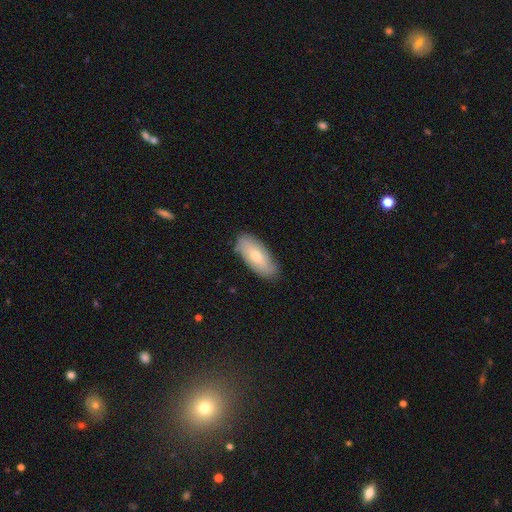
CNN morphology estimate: A smooth galaxy with no disk features (63%) that is in between round and cigar-shaped (87%). Merging: none (84%).